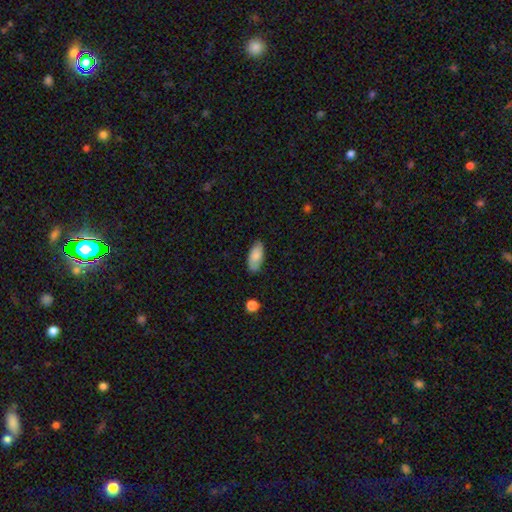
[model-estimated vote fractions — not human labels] This appears to be a smooth galaxy with no disk features (83%) that is in between round and cigar-shaped (90%). Merging: none (79%).